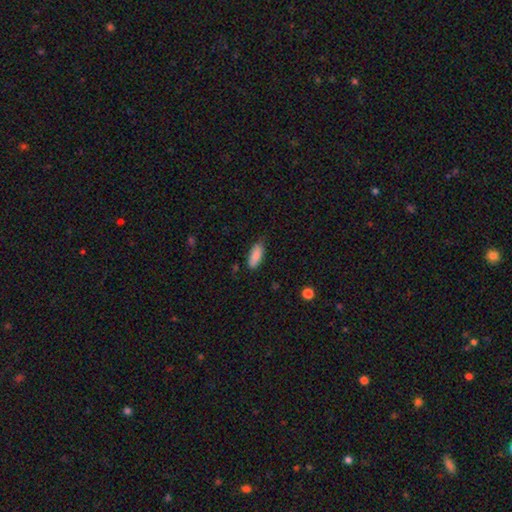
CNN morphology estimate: smooth-or-featured: smooth: 87% | star or artifact: 7% | featured or disk: 6%
  how-rounded: in between: 77% | cigar-shaped: 21% | round: 2%
  merging: none: 78% | minor disturbance: 18% | major disturbance: 3% | merger: 1%